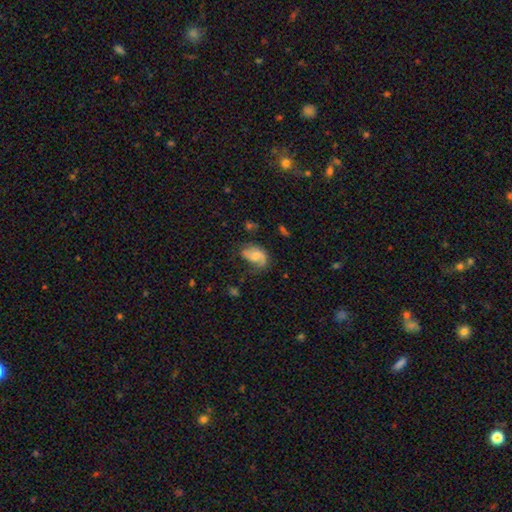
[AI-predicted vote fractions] Morphology: type=featured or disk (51%); edge-on=no (96%); merging=none (50%).